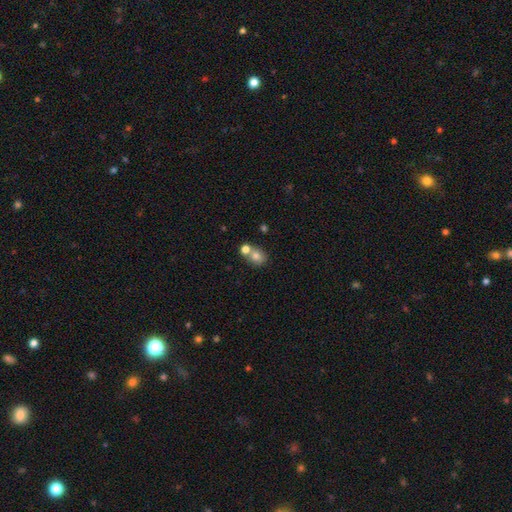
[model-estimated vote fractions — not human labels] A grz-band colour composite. It shows a smooth galaxy with no disk features (77%) that is round (64%). Merging: merger (44%, tied with none).